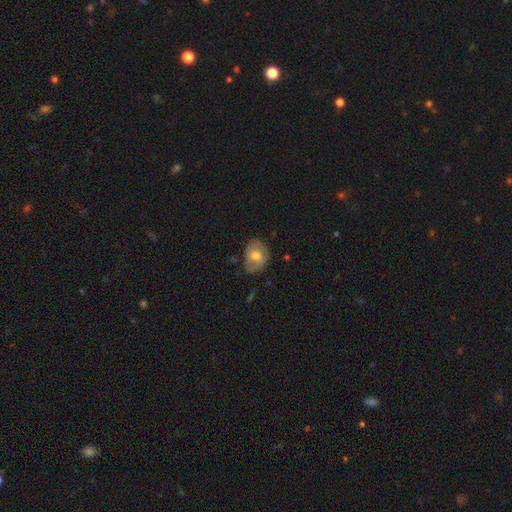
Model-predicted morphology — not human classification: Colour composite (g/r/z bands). It shows a smooth galaxy with no disk features (54%) that is in between round and cigar-shaped (65%). Merging: none (67%).